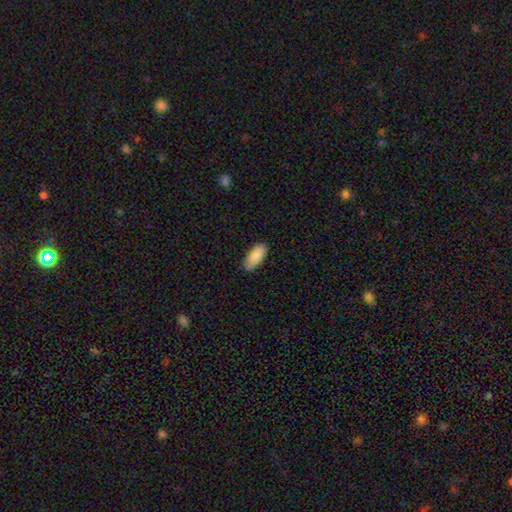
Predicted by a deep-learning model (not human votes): Overall: smooth (88%). How rounded: in between (89%). Merging: none (80%).